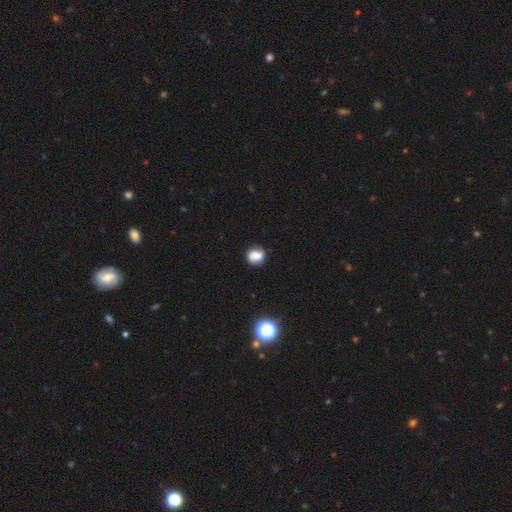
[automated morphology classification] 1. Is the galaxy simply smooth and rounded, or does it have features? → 72% smooth, 17% featured or disk, 12% star or artifact.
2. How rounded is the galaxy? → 70% round, 29% in between, 1% cigar-shaped.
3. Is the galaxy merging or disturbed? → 71% none, 19% minor disturbance, 5% major disturbance, 4% merger.